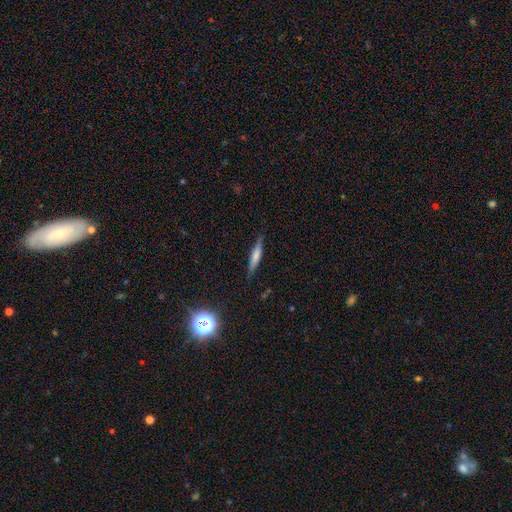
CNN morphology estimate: This is likely a smooth galaxy (61%). How rounded: clearly cigar-shaped (89%). Merging: clearly none (84%).